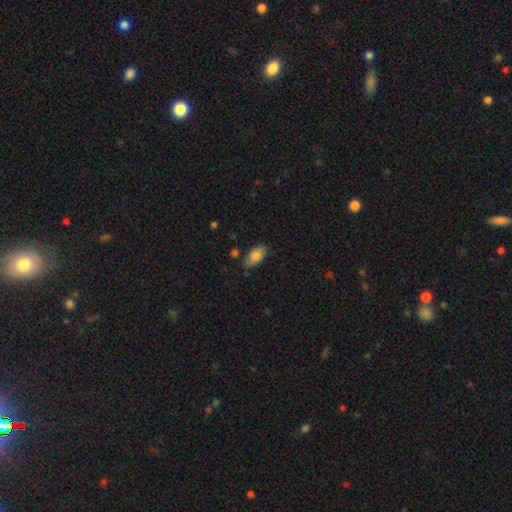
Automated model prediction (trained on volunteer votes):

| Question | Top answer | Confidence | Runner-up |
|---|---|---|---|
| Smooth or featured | smooth | 82% | featured or disk (11%) |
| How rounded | in between | 90% | cigar-shaped (7%) |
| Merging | none | 73% | minor disturbance (20%) |